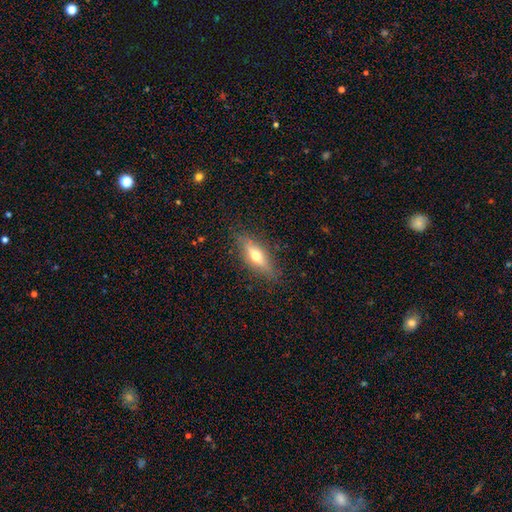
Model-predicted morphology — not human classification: This appears to be a smooth galaxy with no disk features (47%). Merging: none (84%).